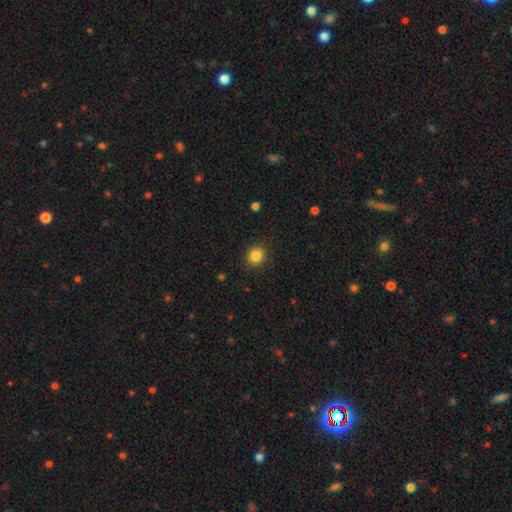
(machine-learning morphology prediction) This appears to be a smooth galaxy with no disk features (85%) that is round (77%). Merging: none (88%).